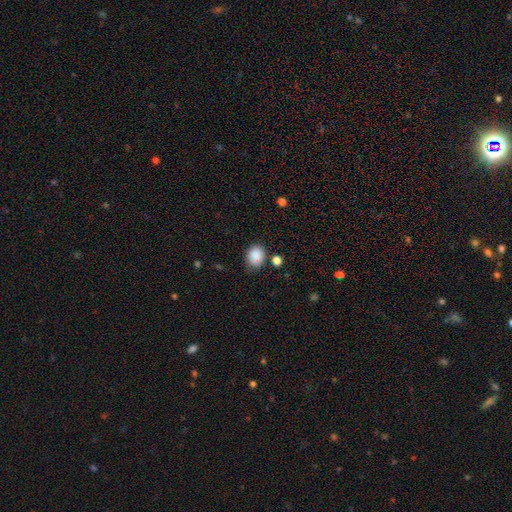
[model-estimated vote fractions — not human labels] smooth_or_featured: smooth (p=0.87) [alt: star or artifact p=0.09]
how_rounded: round (p=0.55) [alt: in between p=0.44]
merging: none (p=0.75) [alt: minor disturbance p=0.15]